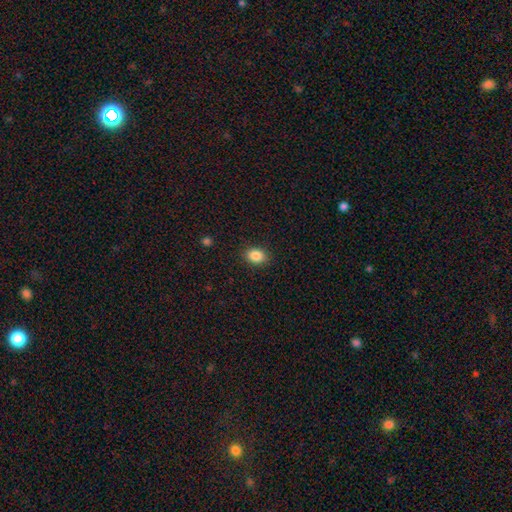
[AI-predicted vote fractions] Smooth or featured? Predicted: smooth (p=0.86). How rounded? Predicted: in between (p=0.70). Merging? Predicted: none (p=0.89).